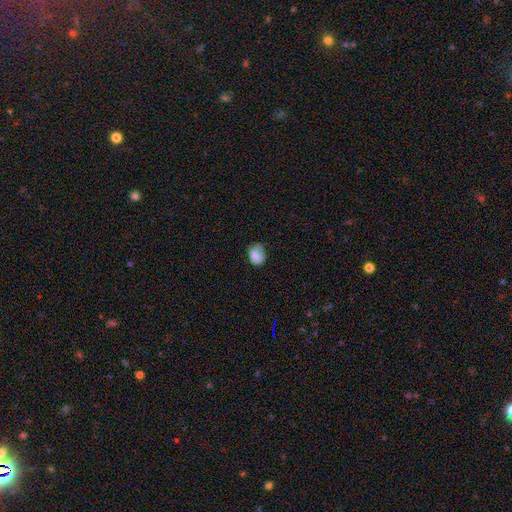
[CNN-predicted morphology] smooth-or-featured: smooth: 80% | featured or disk: 10% | star or artifact: 9%
  how-rounded: in between: 66% | round: 33% | cigar-shaped: 1%
  merging: none: 52% | minor disturbance: 33% | major disturbance: 13% | merger: 3%